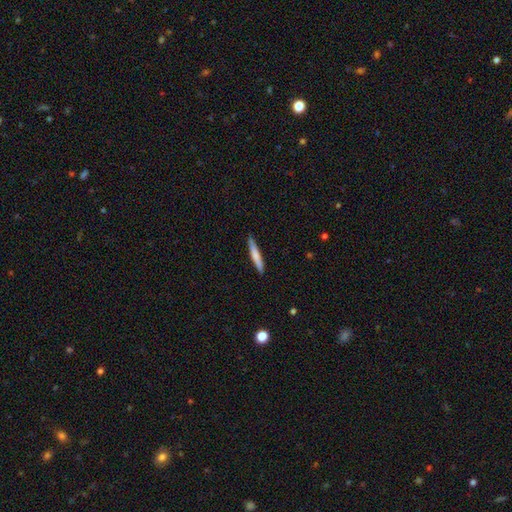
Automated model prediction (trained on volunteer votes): Morphology: type=smooth (67%); roundness=cigar-shaped (95%); merging=none (89%).